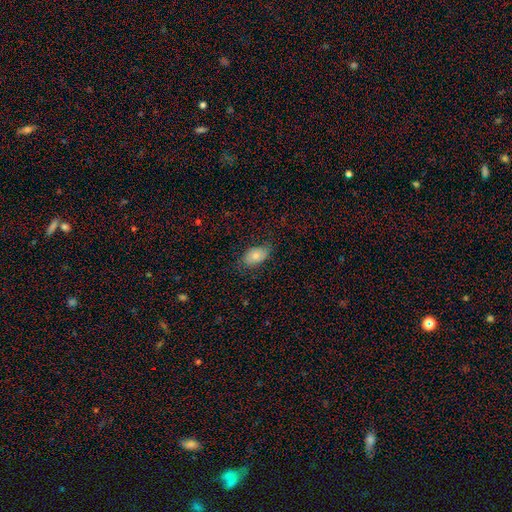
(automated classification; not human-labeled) Overall: smooth (76%). How rounded: in between (90%). Merging: none (73%).